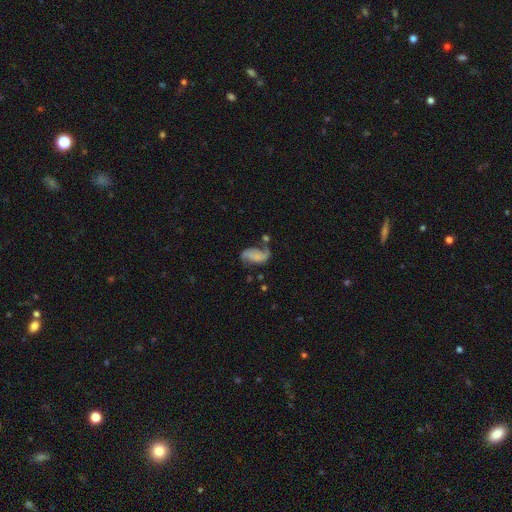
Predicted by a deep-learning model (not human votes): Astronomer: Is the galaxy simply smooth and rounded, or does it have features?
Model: featured or disk — 72%.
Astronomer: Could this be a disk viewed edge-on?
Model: no — 97%.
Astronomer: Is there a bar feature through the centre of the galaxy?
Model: no — 59%.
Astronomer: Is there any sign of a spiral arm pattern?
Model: yes — 92%.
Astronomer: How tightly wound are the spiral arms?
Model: loose — 52% (runner-up: medium, 35%).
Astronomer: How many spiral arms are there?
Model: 2 — 86%.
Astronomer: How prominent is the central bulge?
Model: none — 50% (runner-up: small, 34%).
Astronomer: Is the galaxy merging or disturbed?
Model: none — 46% (runner-up: minor disturbance, 23%).